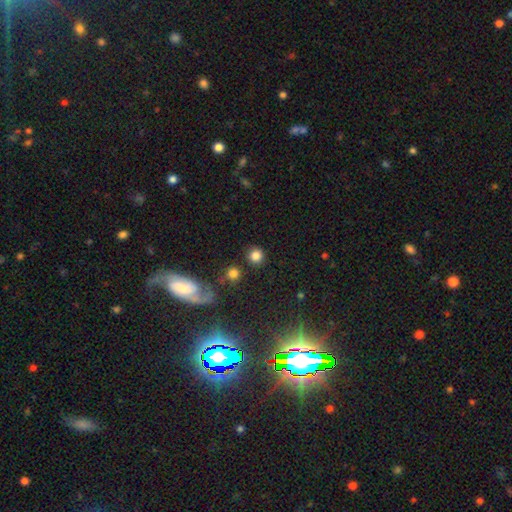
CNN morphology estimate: smooth_or_featured: smooth (p=0.82) [alt: star or artifact p=0.12]
how_rounded: round (p=0.92) [alt: in between p=0.07]
merging: none (p=0.85) [alt: minor disturbance p=0.07]